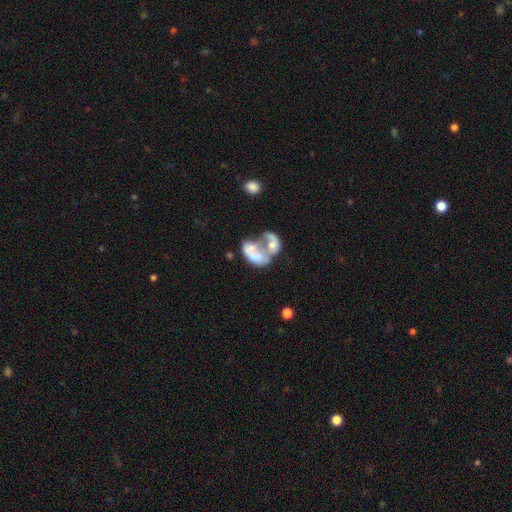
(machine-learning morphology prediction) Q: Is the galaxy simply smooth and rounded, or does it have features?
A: featured or disk — 51%.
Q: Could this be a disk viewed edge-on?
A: no — 98%.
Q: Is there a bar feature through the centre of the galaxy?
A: no — 89%.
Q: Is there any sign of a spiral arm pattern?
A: no — 83%.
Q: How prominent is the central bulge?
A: none — 54%.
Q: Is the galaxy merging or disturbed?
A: merger — 68%.